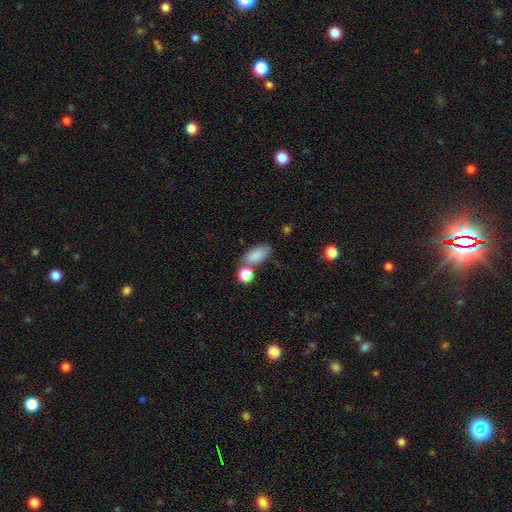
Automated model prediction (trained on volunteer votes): smooth_or_featured: smooth (p=0.85) [alt: star or artifact p=0.08]
how_rounded: in between (p=0.90) [alt: round p=0.05]
merging: none (p=0.59) [alt: merger p=0.19]